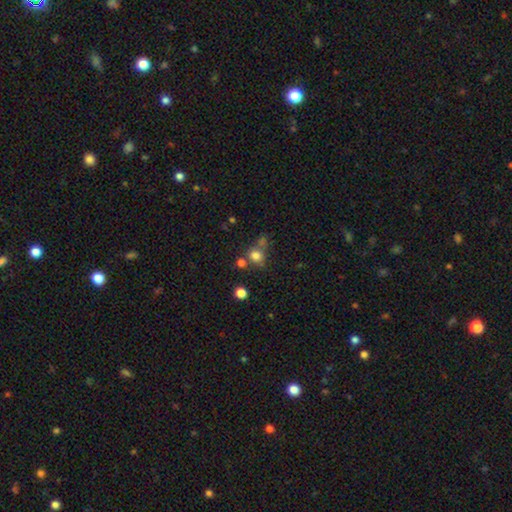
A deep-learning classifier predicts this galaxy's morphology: Q: Smooth or featured?
A: smooth (76%); runner-up: star or artifact (15%)
Q: How rounded?
A: round (82%); runner-up: in between (17%)
Q: Merging?
A: none (57%); runner-up: merger (25%)